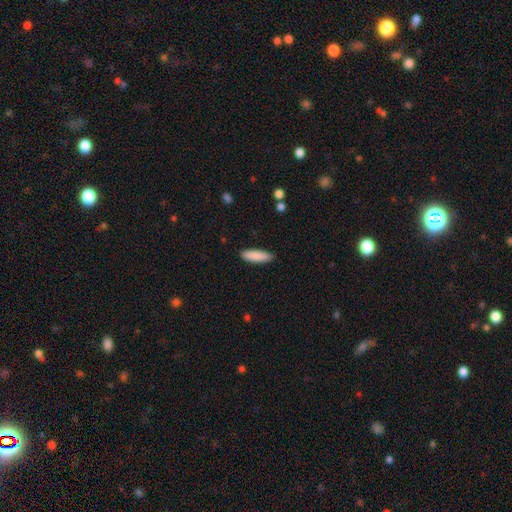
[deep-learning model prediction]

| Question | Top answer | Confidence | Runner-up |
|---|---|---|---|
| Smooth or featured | smooth | 88% | featured or disk (6%) |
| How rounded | cigar-shaped | 63% | in between (36%) |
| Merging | none | 88% | minor disturbance (9%) |